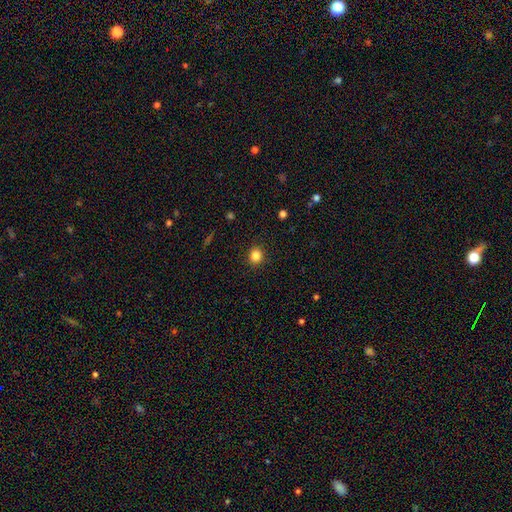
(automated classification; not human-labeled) This is clearly a smooth galaxy (84%). How rounded: likely round (80%). Merging: clearly none (91%).